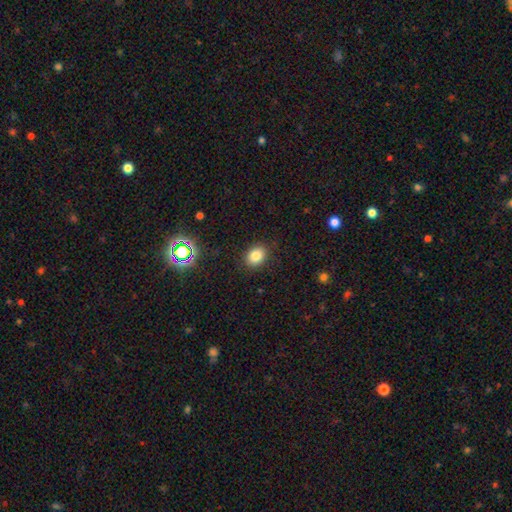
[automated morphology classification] Smooth or featured: smooth — 82% (star or artifact — 12%)
How rounded: in between — 54% (round — 45%)
Merging: none — 88% (minor disturbance — 9%)